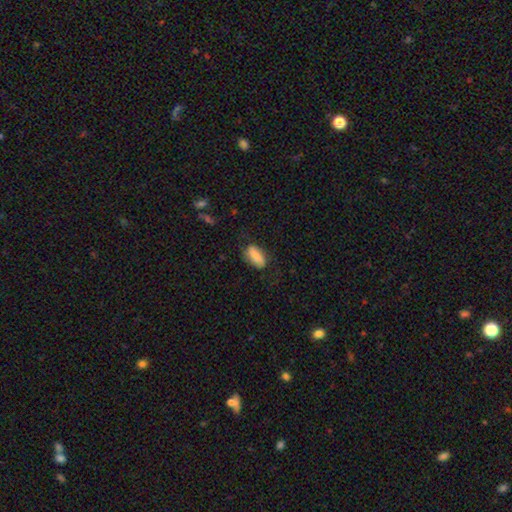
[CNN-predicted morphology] A smooth galaxy with no disk features (79%) that is in between round and cigar-shaped (84%).

Vote fractions:
- Smooth or featured? smooth: 79% / featured or disk: 13% / star or artifact: 7%
- How rounded? in between: 84% / cigar-shaped: 13% / round: 3%
- Merging? none: 66% / minor disturbance: 24% / major disturbance: 8% / merger: 2%